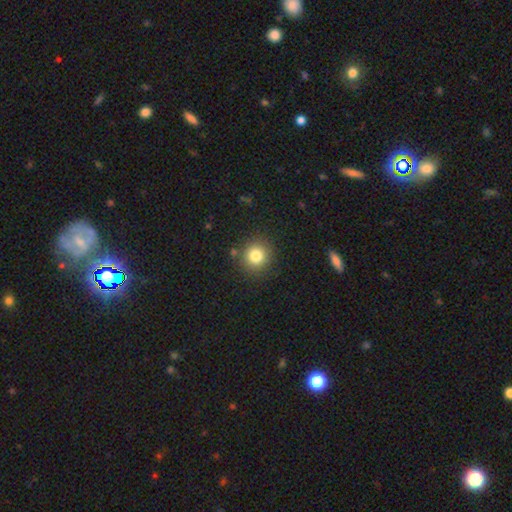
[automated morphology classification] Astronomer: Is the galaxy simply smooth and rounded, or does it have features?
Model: smooth — 81%.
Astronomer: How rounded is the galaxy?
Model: round — 91%.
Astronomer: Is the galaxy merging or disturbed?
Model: none — 87%.